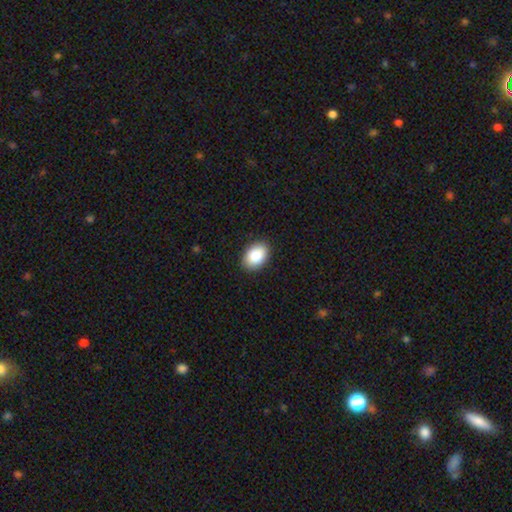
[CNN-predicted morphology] This is clearly a smooth galaxy (87%). How rounded: clearly in between (84%). Merging: clearly none (89%).